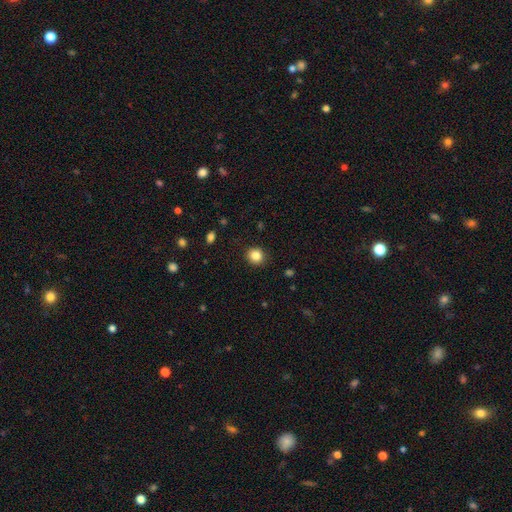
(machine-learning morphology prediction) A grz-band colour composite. It shows a smooth galaxy with no disk features (84%) that is round (88%). Merging: none (91%).